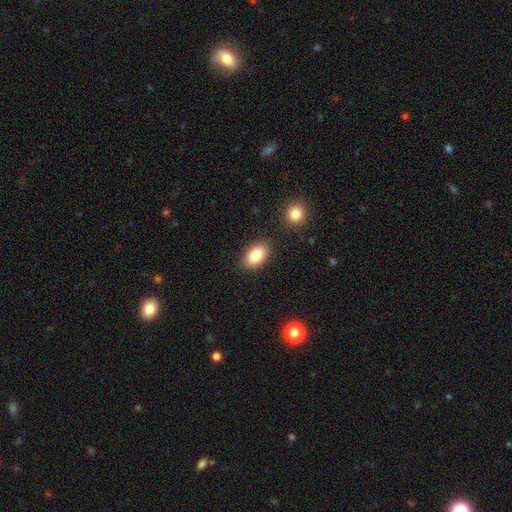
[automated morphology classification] A smooth galaxy with no disk features (84%) that is in between round and cigar-shaped (91%). Merging: none (86%).